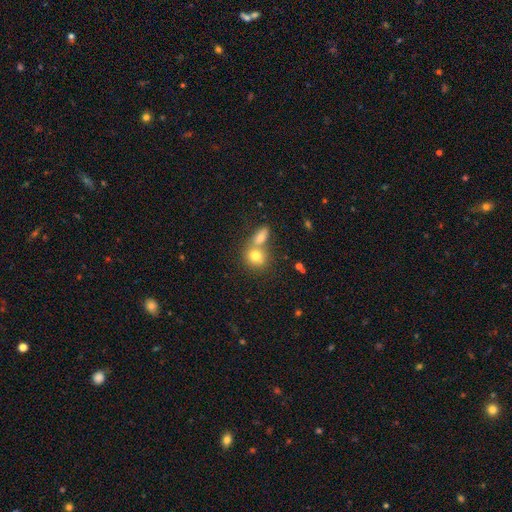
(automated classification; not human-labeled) Smooth or featured? smooth (75%)
How rounded? round (65%)
Merging? merger (50%)